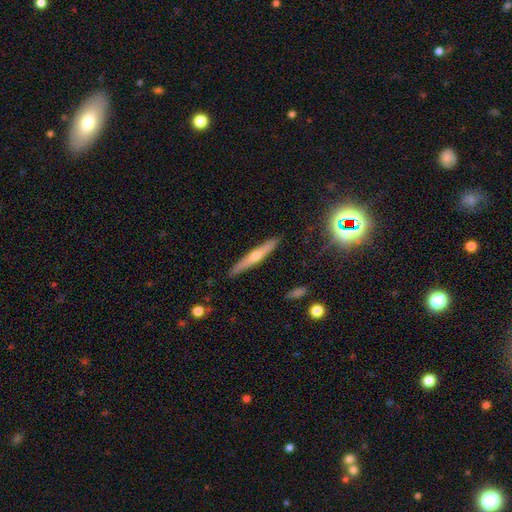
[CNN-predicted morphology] Smooth or featured: featured or disk — 59% (smooth — 32%)
Edge-on disk: yes — 96% (no — 4%)
Edge-on bulge: rounded — 83% (none — 14%)
Merging: none — 89% (minor disturbance — 8%)